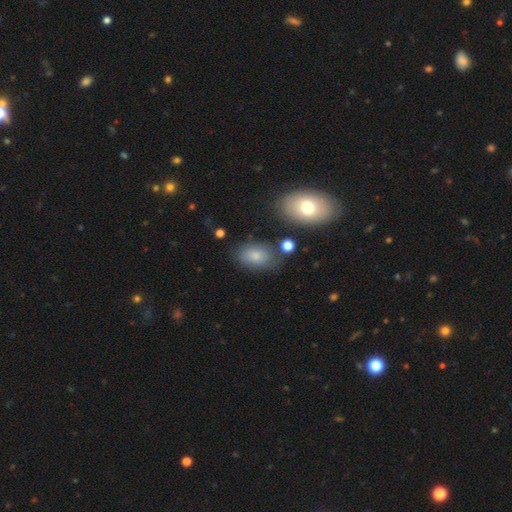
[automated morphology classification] A smooth galaxy with no disk features (76%) that is in between round and cigar-shaped (86%). Merging: none (66%).